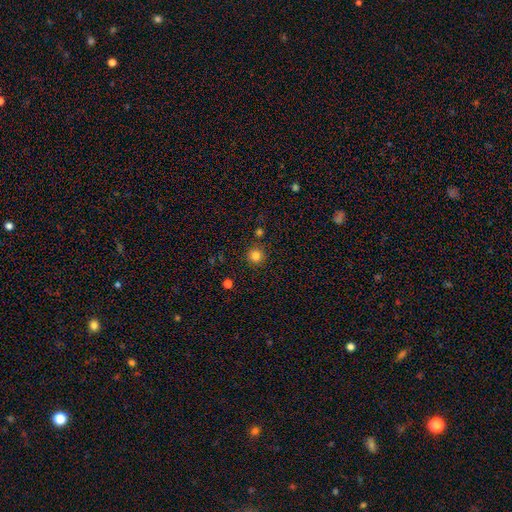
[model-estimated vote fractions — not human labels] Smooth or featured? Predicted: smooth (p=0.83). How rounded? Predicted: round (p=0.95). Merging? Predicted: none (p=0.88).